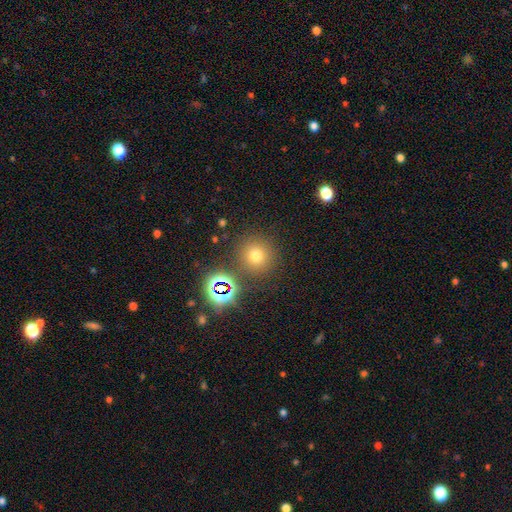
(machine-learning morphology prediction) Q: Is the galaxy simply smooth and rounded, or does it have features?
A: smooth — 66%.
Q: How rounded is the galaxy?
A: round — 94%.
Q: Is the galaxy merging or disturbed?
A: none — 84%.